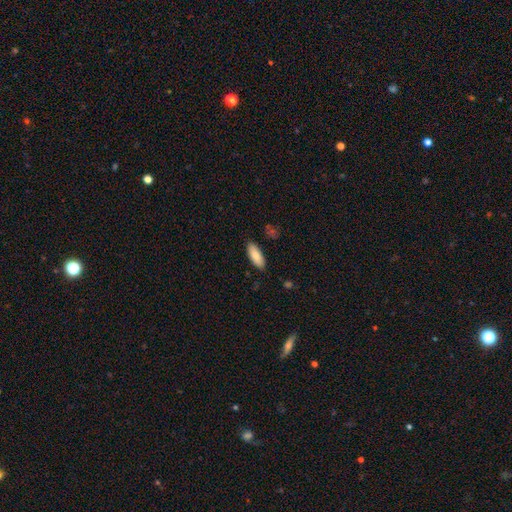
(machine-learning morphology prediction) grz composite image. It shows a smooth galaxy with no disk features (86%) that is in between round and cigar-shaped (76%). Merging: none (87%).